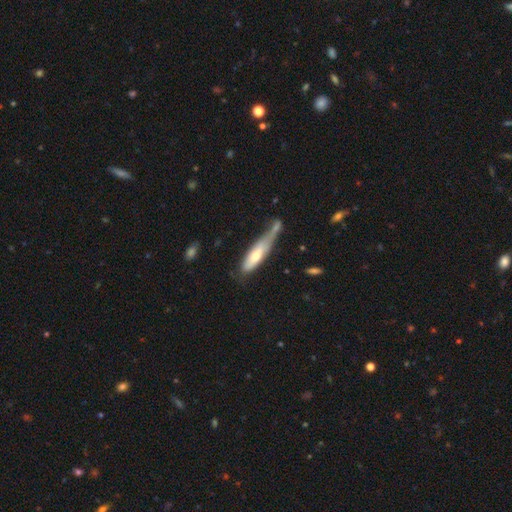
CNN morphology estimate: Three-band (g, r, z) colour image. It shows a smooth galaxy with no disk features (59%) that is cigar-shaped (63%). Merging: none (30%).